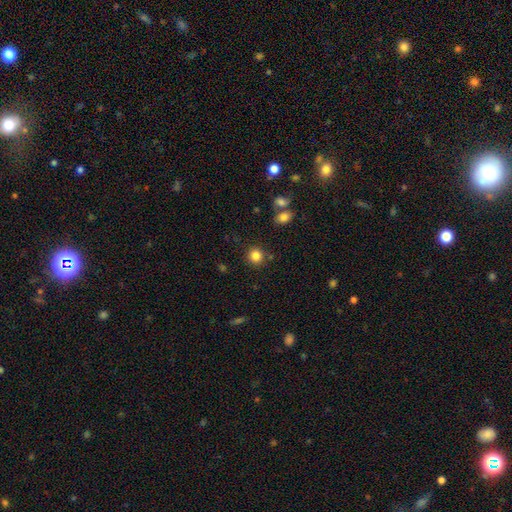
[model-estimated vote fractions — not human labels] This is clearly a smooth galaxy (84%). How rounded: clearly round (89%). Merging: clearly none (86%).